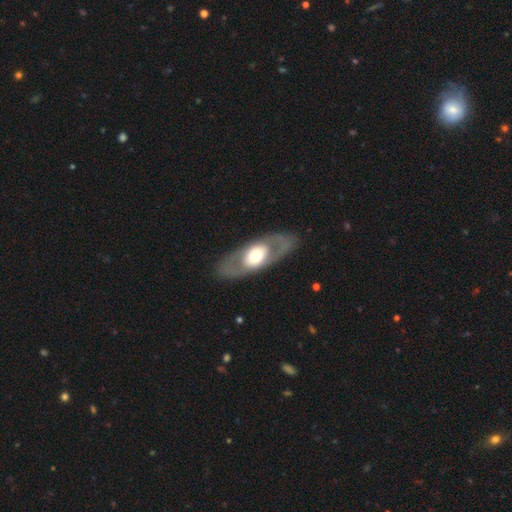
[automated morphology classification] Smooth or featured: featured or disk — 60% (smooth — 35%)
Edge-on disk: no — 82% (yes — 18%)
Merging: none — 83% (minor disturbance — 10%)